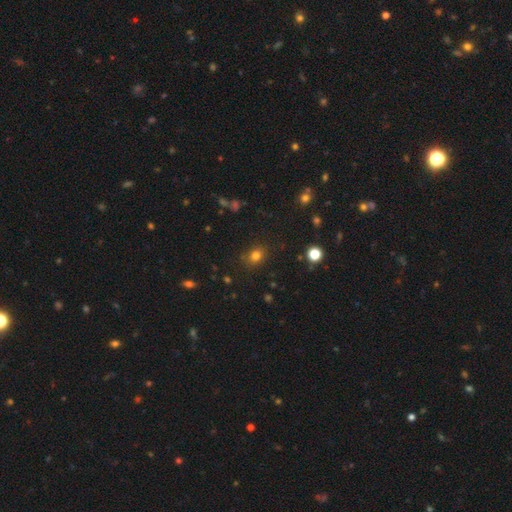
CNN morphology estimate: A smooth galaxy with no disk features (78%) that is round (56%).

Vote fractions:
- Smooth or featured? smooth: 78% / star or artifact: 16% / featured or disk: 6%
- How rounded? round: 56% / in between: 43% / cigar-shaped: 1%
- Merging? none: 83% / minor disturbance: 11% / major disturbance: 3% / merger: 2%